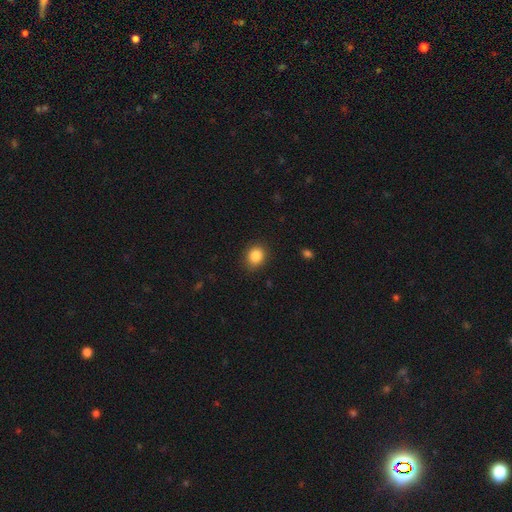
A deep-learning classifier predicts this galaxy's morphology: This is clearly a smooth galaxy (86%). How rounded: likely round (64%). Merging: clearly none (87%).